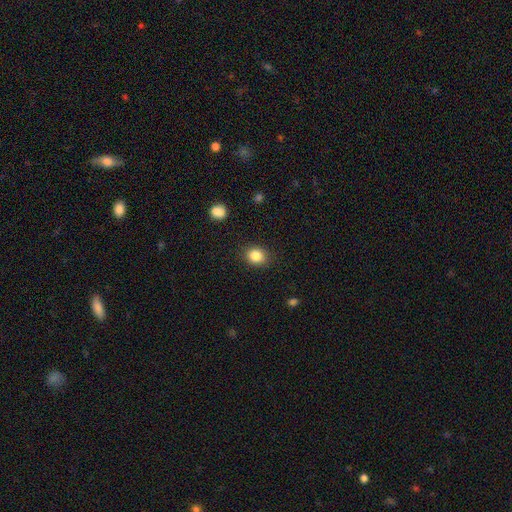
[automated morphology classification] Smooth or featured?
  - smooth: 85% *
  - star or artifact: 10%
  - featured or disk: 5%
How rounded?
  - round: 63% *
  - in between: 36%
  - cigar-shaped: 1%
Merging?
  - none: 87% *
  - minor disturbance: 9%
  - major disturbance: 3%
  - merger: 1%